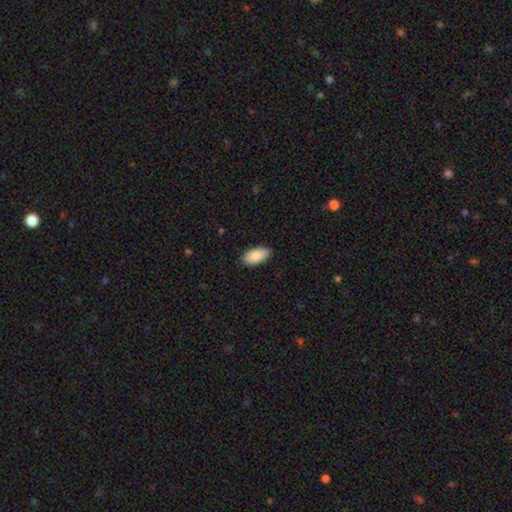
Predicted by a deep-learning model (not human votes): Q: Smooth or featured?
A: smooth (88%); runner-up: star or artifact (6%)
Q: How rounded?
A: in between (94%); runner-up: cigar-shaped (4%)
Q: Merging?
A: none (87%); runner-up: minor disturbance (10%)